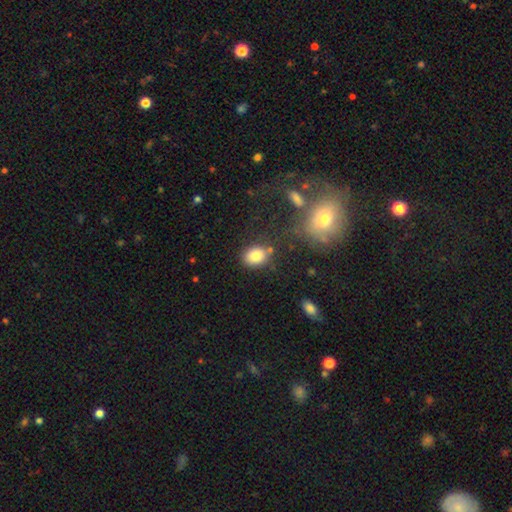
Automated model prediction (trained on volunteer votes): The model was most divided on "how rounded": in between: 59%, round: 40%, cigar-shaped: 1%. More confident: smooth or featured — smooth (83%); merging — none (76%).